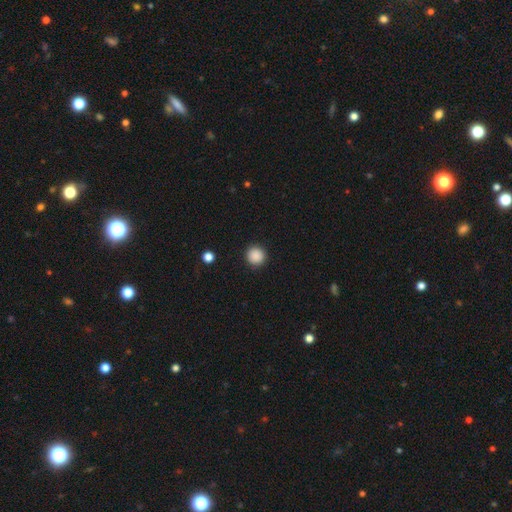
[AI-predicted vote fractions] Smooth or featured? smooth (88%)
How rounded? round (95%)
Merging? none (92%)